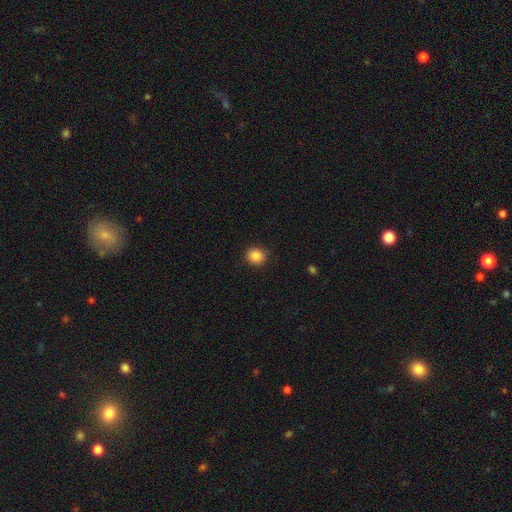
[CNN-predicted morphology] Smooth or featured? Predicted: smooth (p=0.87). How rounded? Predicted: round (p=0.87). Merging? Predicted: none (p=0.89).